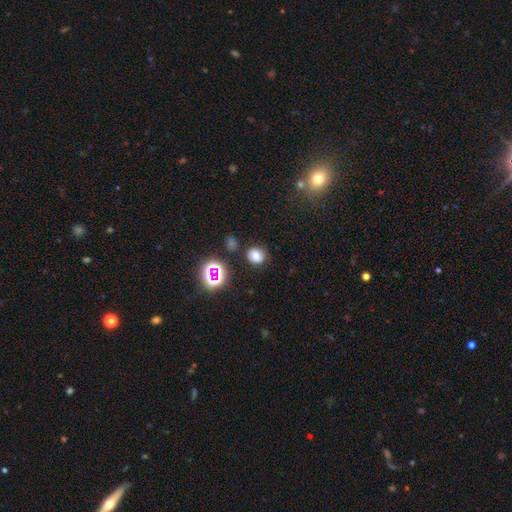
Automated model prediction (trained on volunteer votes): Smooth or featured? smooth (70%)
How rounded? round (62%)
Merging? none (78%)